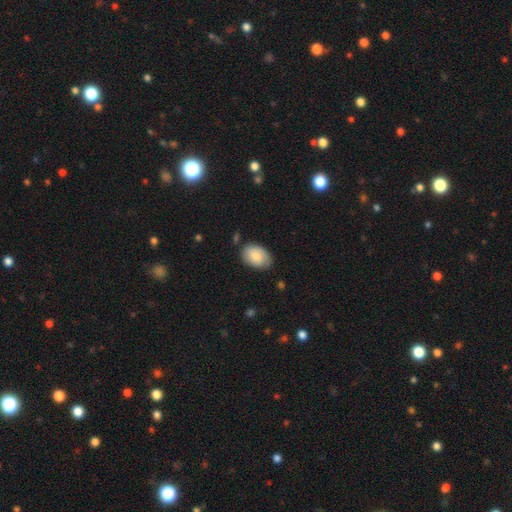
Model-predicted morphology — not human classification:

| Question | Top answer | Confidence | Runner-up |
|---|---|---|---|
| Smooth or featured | smooth | 79% | featured or disk (15%) |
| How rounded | in between | 84% | round (15%) |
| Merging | none | 74% | minor disturbance (20%) |